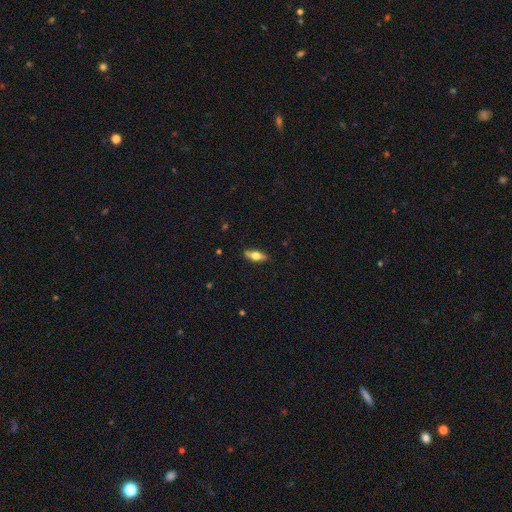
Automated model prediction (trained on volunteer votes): Smooth or featured? smooth (57%)
How rounded? in between (68%)
Merging? none (85%)